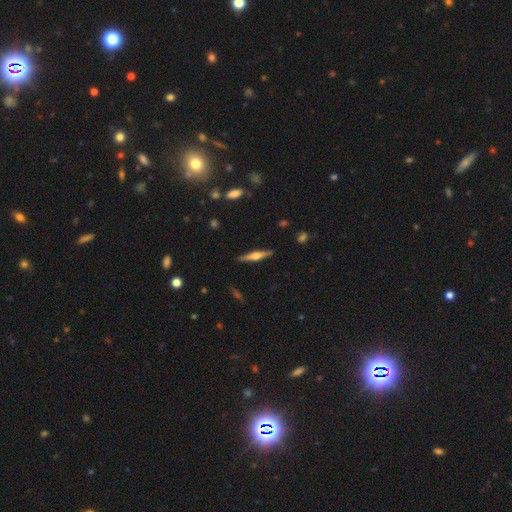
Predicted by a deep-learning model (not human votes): featured or disk 68%, smooth 26%, star or artifact 6%. Down the decision tree: edge-on disk — yes (98%); edge-on bulge — rounded (81%); merging — none (89%).